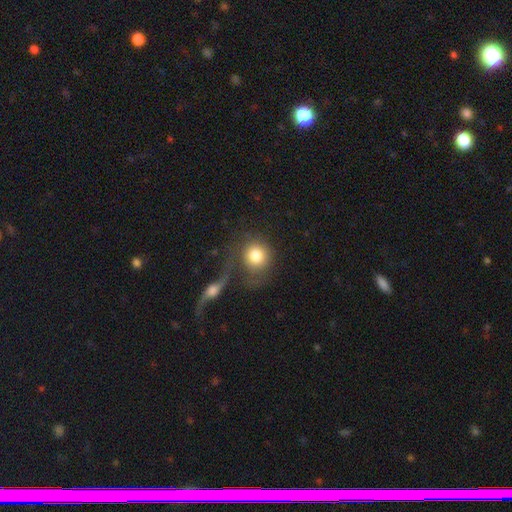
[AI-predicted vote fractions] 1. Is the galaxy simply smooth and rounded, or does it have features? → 78% smooth, 14% featured or disk, 8% star or artifact.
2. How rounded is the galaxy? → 86% round, 13% in between, 1% cigar-shaped.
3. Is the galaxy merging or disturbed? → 46% none, 27% merger, 15% major disturbance, 13% minor disturbance.